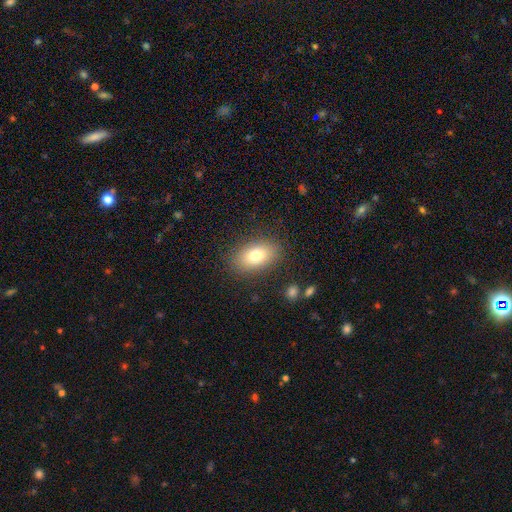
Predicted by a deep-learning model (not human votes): Smooth or featured: smooth — 77% (featured or disk — 14%)
How rounded: in between — 87% (round — 11%)
Merging: none — 85% (minor disturbance — 10%)